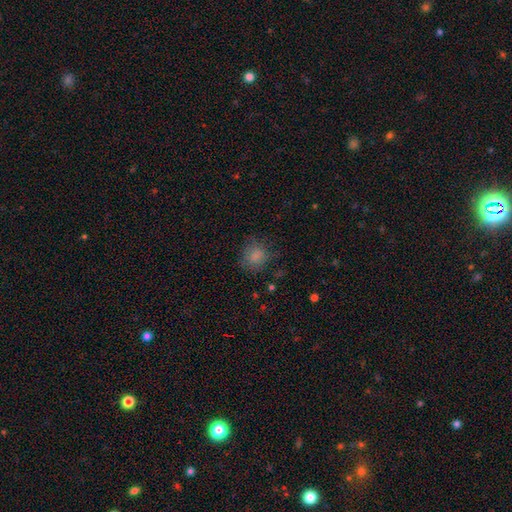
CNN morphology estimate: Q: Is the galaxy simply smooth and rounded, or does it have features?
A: smooth — 81%.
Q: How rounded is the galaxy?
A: round — 76%.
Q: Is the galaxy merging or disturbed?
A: none — 70%.